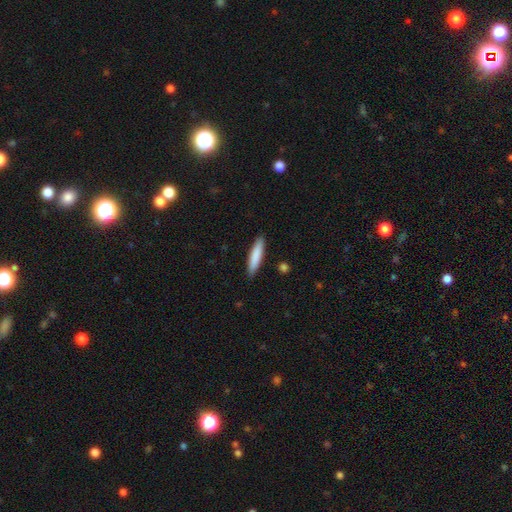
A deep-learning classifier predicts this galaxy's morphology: type=smooth (83%); roundness=cigar-shaped (85%); merging=none (89%).